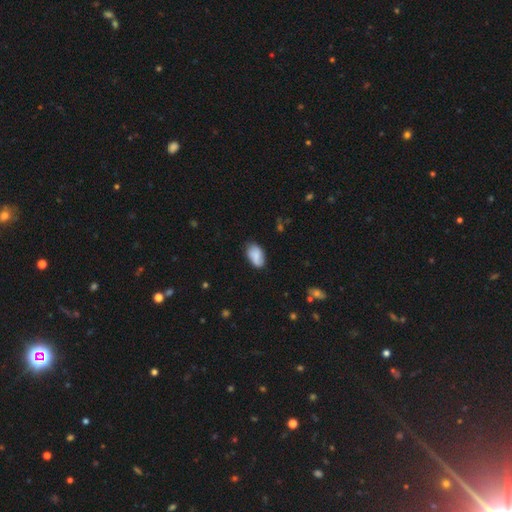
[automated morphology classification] Overall: smooth (75%). How rounded: in between (92%). Merging: none (74%).